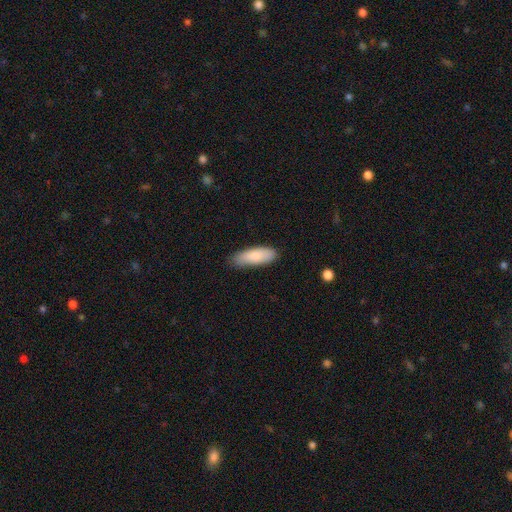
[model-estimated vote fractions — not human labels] Smooth or featured?
  - smooth: 85% *
  - featured or disk: 9%
  - star or artifact: 6%
How rounded?
  - in between: 63% *
  - cigar-shaped: 35%
  - round: 2%
Merging?
  - none: 77% *
  - minor disturbance: 19%
  - major disturbance: 3%
  - merger: 1%